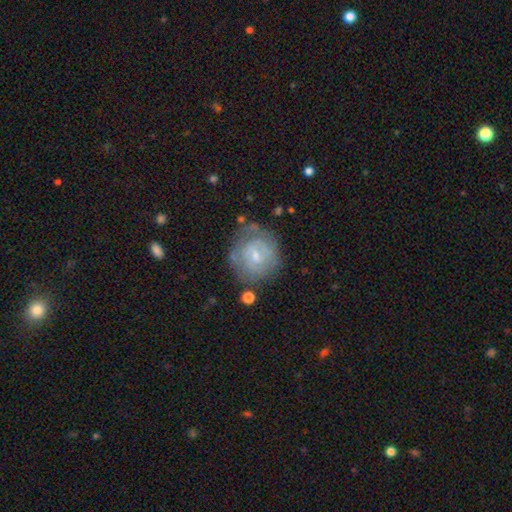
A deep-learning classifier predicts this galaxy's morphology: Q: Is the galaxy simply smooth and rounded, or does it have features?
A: featured or disk — 56%.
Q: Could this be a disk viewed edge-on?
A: no — 97%.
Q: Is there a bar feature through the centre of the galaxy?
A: no — 51%.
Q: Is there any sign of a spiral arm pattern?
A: yes — 60%.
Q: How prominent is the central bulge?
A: small — 63%.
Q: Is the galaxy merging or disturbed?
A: none — 62%.